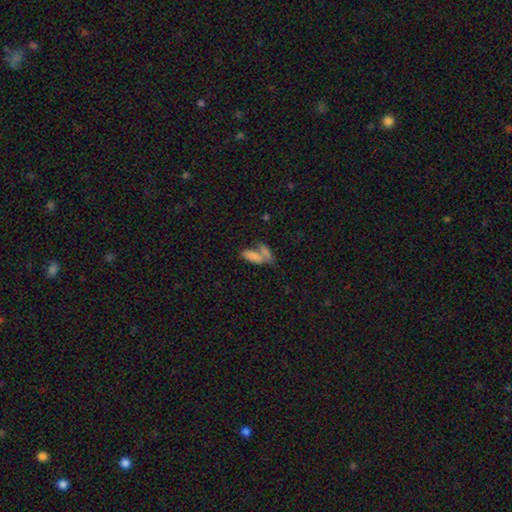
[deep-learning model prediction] This is likely a smooth galaxy (79%). How rounded: likely in between (74%). Merging: possibly merger (56%).